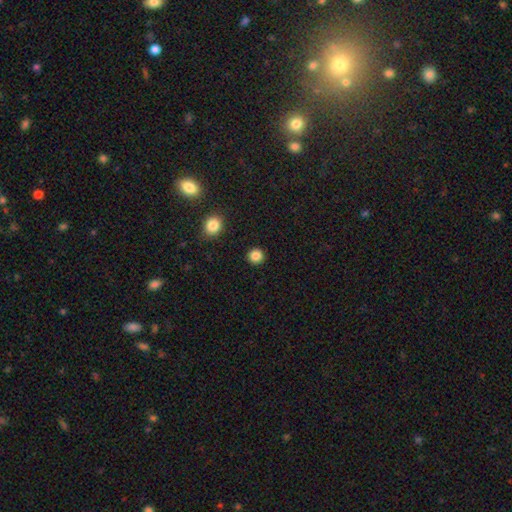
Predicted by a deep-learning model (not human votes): Overall: smooth (86%). How rounded: round (94%). Merging: none (93%).